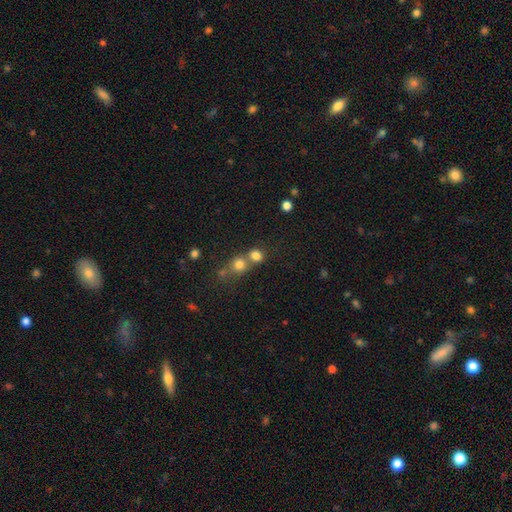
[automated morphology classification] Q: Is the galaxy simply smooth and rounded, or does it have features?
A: smooth — 78%.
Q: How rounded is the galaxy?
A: round — 77%.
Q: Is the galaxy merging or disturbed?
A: merger — 45%, tied with none.